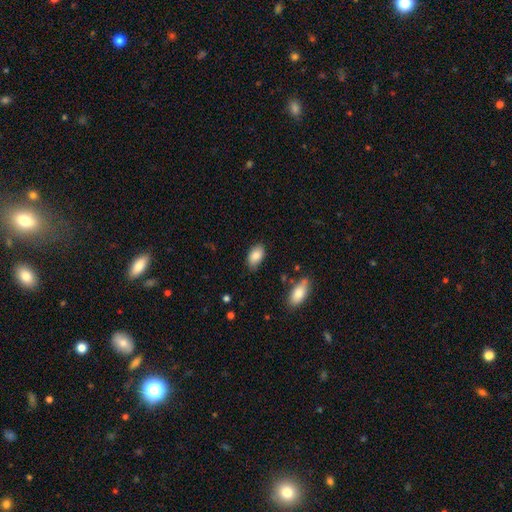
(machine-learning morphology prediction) A smooth galaxy with no disk features (86%) that is in between round and cigar-shaped (93%).

Vote fractions:
- Smooth or featured? smooth: 86% / featured or disk: 7% / star or artifact: 7%
- How rounded? in between: 93% / round: 5% / cigar-shaped: 2%
- Merging? none: 78% / minor disturbance: 17% / major disturbance: 3% / merger: 2%